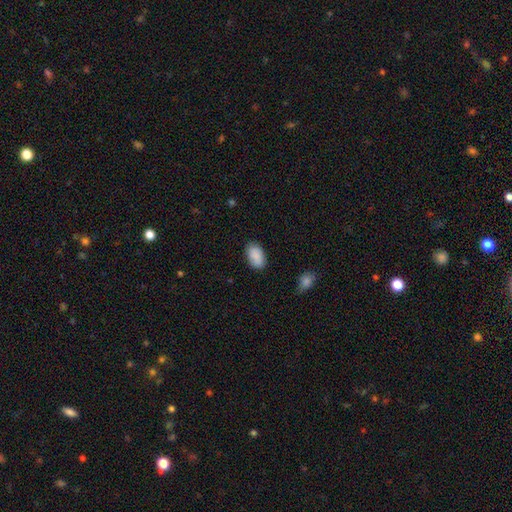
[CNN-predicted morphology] type=smooth (87%); roundness=in between (93%); merging=none (81%).